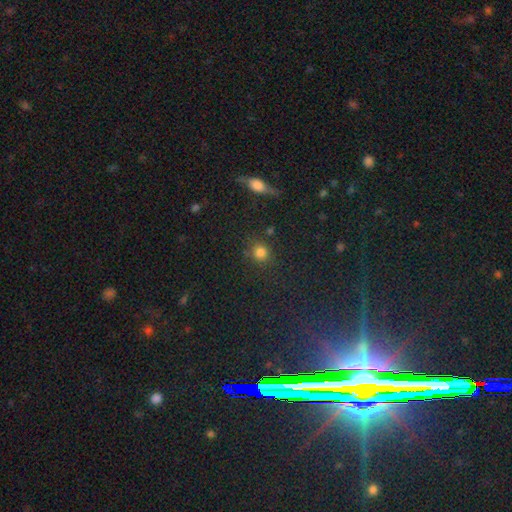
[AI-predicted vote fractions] smooth_or_featured: star or artifact (p=0.50) [alt: smooth p=0.37]